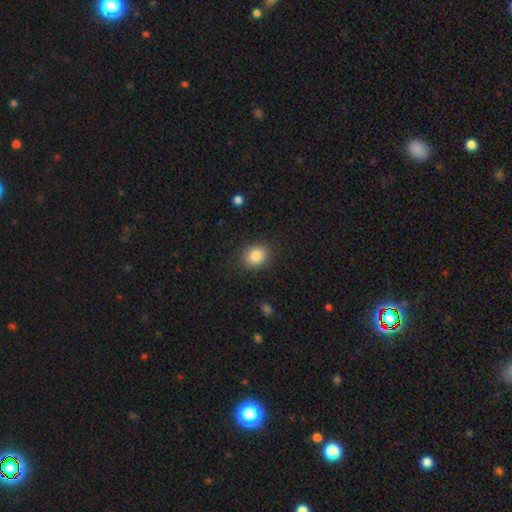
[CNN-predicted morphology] Smooth or featured: smooth — 86% (star or artifact — 9%)
How rounded: round — 56% (in between — 43%)
Merging: none — 87% (minor disturbance — 9%)